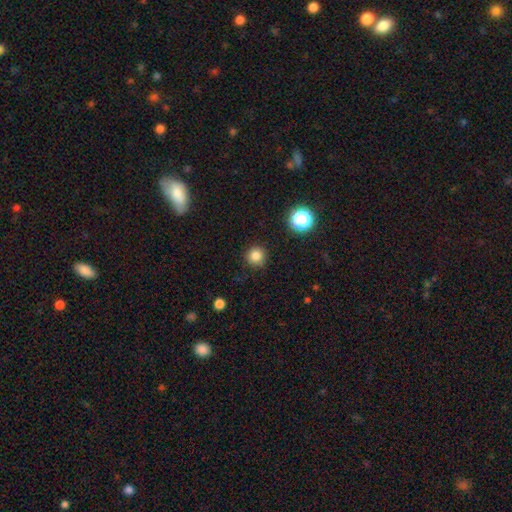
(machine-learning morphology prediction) Q: Smooth or featured?
A: smooth (82%); runner-up: star or artifact (14%)
Q: How rounded?
A: round (95%); runner-up: in between (4%)
Q: Merging?
A: none (89%); runner-up: minor disturbance (7%)